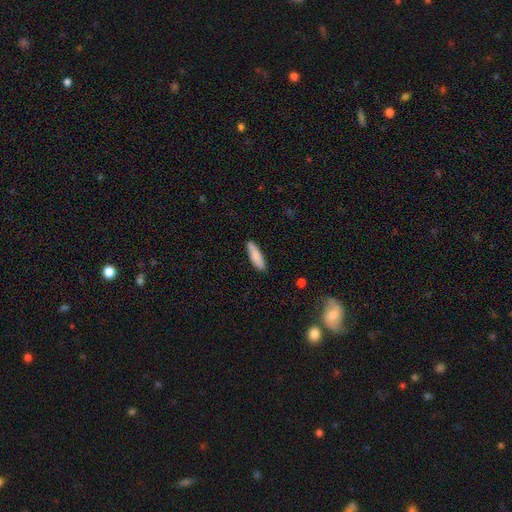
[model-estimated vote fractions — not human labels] This appears to be a smooth galaxy with no disk features (84%) that is cigar-shaped (65%). Merging: none (85%).